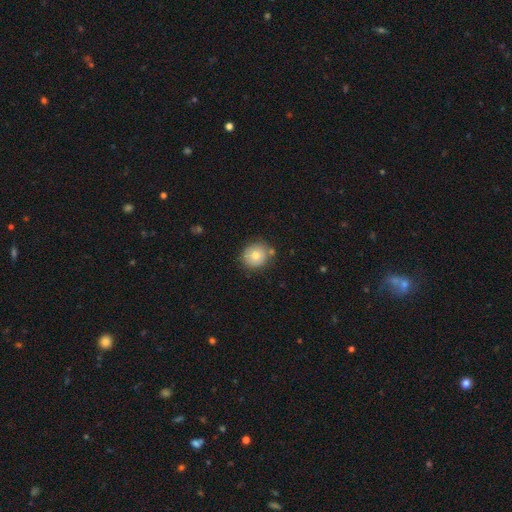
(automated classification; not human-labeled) Smooth or featured: smooth — 75% (featured or disk — 16%)
How rounded: round — 88% (in between — 11%)
Merging: none — 76% (minor disturbance — 13%)